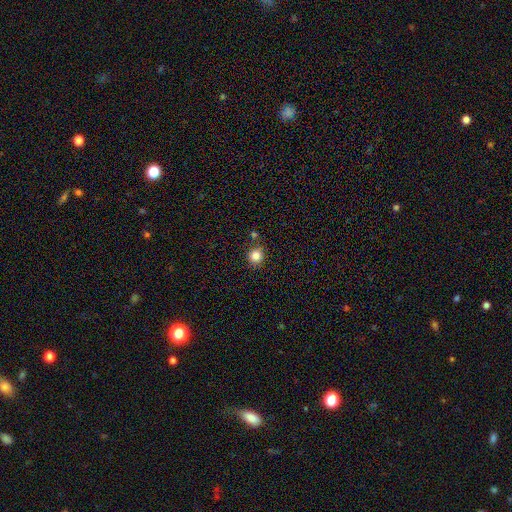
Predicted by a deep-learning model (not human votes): smooth 84%, star or artifact 11%, featured or disk 5%. Down the decision tree: how rounded — round (90%); merging — none (80%).